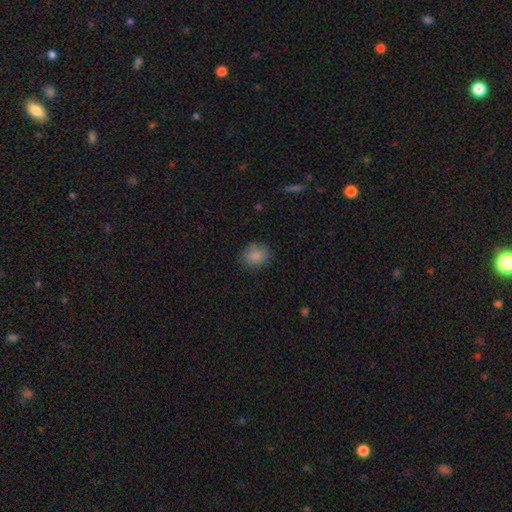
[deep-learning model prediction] Smooth or featured? smooth (86%)
How rounded? round (66%)
Merging? none (82%)